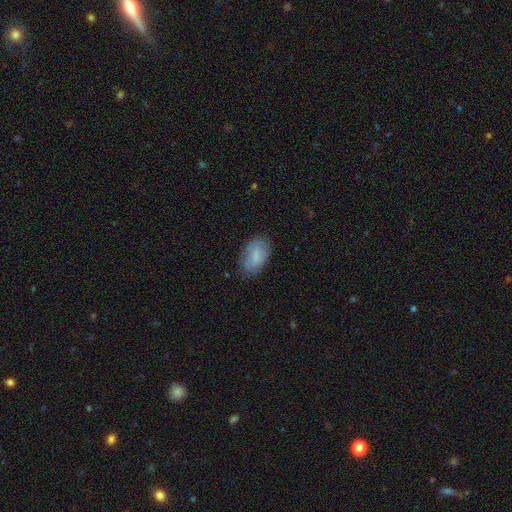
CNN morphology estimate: The model was most divided on "smooth or featured": smooth: 76%, featured or disk: 17%, star or artifact: 7%. More confident: how rounded — in between (92%); merging — none (76%).